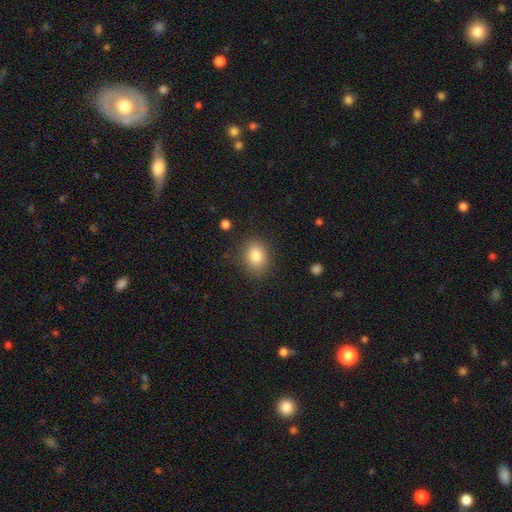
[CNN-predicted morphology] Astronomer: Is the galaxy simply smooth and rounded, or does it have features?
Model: smooth — 84%.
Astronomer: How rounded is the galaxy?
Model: in between — 56% (runner-up: round, 43%).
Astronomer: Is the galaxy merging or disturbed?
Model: none — 85%.